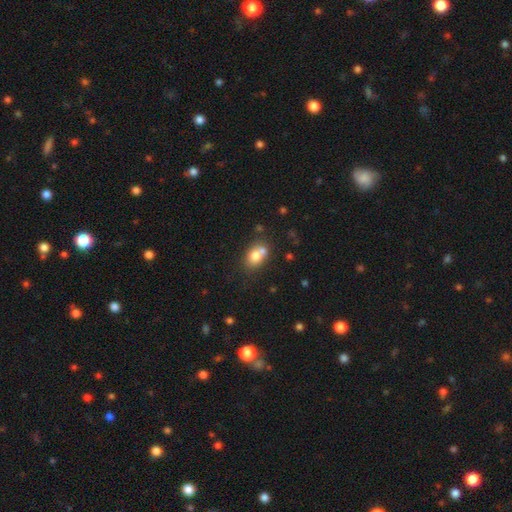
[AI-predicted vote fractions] This appears to be a smooth galaxy with no disk features (73%) that is in between round and cigar-shaped (62%). Merging: merger (42%).